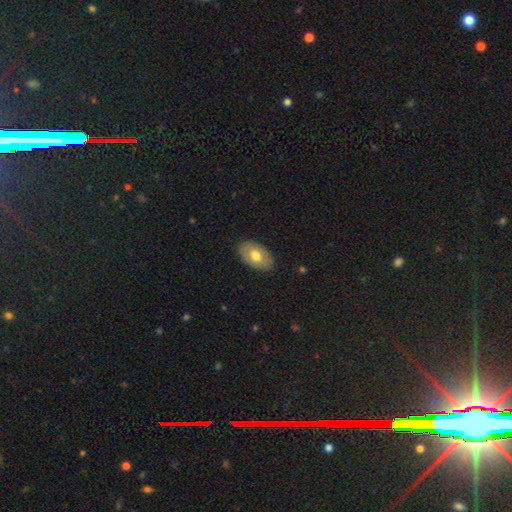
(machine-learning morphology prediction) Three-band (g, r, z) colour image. It shows a smooth galaxy with no disk features (65%) that is in between round and cigar-shaped (91%). Merging: none (87%).